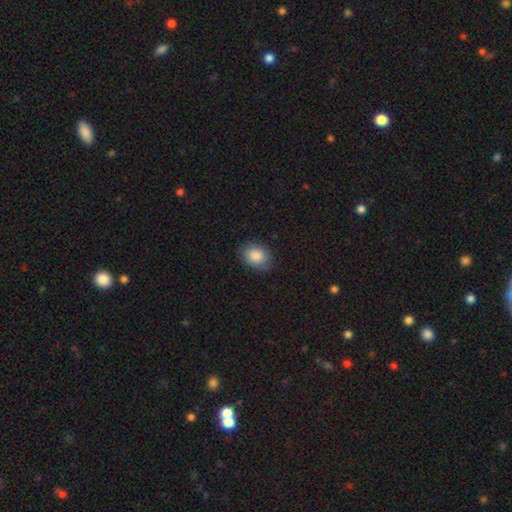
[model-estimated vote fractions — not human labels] smooth_or_featured: smooth (p=0.87) [alt: star or artifact p=0.07]
how_rounded: in between (p=0.63) [alt: round p=0.36]
merging: none (p=0.83) [alt: minor disturbance p=0.13]